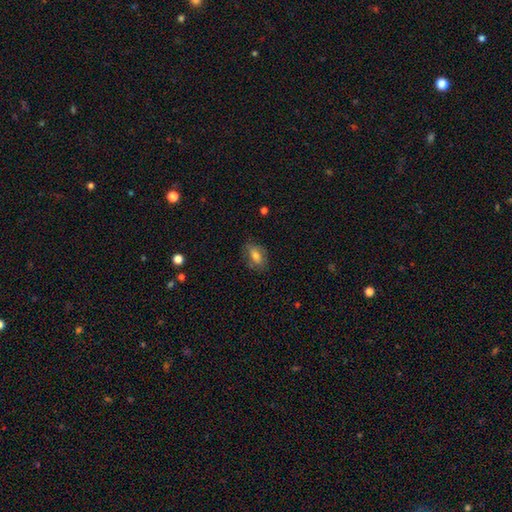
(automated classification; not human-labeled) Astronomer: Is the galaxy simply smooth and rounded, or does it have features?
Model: smooth — 66%.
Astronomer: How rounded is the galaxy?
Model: in between — 84%.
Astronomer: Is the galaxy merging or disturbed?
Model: none — 75%.